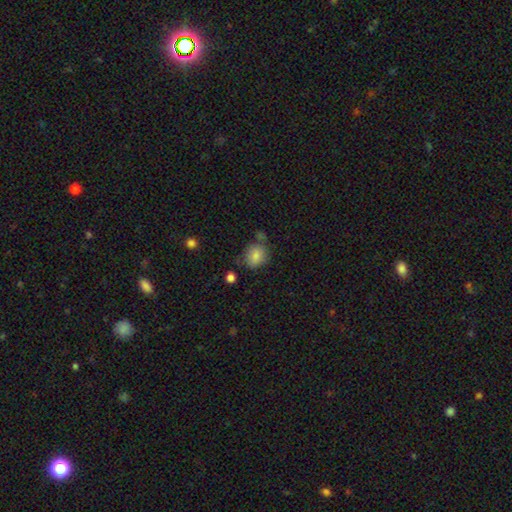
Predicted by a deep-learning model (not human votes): A smooth galaxy with no disk features (81%) that is round (56%).

Vote fractions:
- Smooth or featured? smooth: 81% / featured or disk: 10% / star or artifact: 9%
- How rounded? round: 56% / in between: 43% / cigar-shaped: 1%
- Merging? none: 64% / minor disturbance: 20% / merger: 10% / major disturbance: 6%